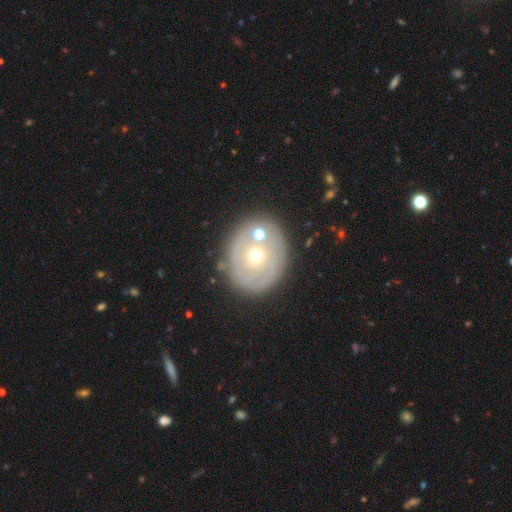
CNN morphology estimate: Overall: featured or disk (54%; smooth 36%). Edge-on disk: no (95%). Bar: no (88%). Spiral arms: no (74%). Bulge size: moderate (54%; small 42%). Merging: none (73%).